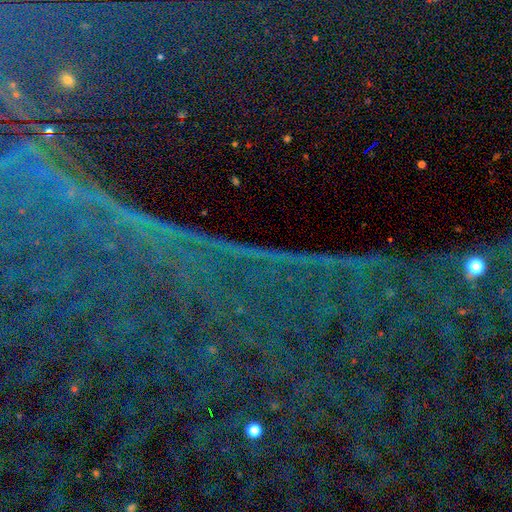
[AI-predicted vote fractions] This is clearly a star or artifact rather than a galaxy (86%).